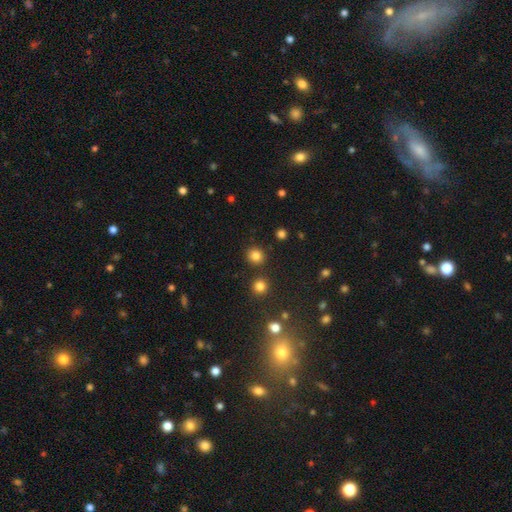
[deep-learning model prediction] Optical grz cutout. It shows a smooth galaxy with no disk features (82%) that is round (87%). Merging: none (87%).